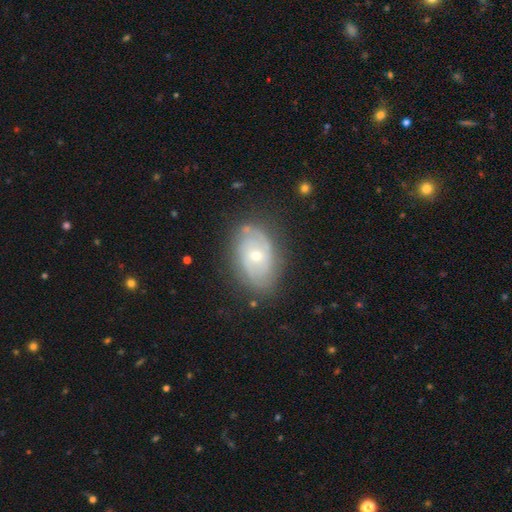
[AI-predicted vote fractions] A featured or disk galaxy (75%) with no bar (61%), 2 (52%) tight (55%) spiral arms (88%) and a moderate central bulge (52%).

Vote fractions:
- Smooth or featured? featured or disk: 75% / smooth: 18% / star or artifact: 7%
- Edge-on disk? no: 96% / yes: 4%
- Bar? no: 61% / weak: 34% / strong: 6%
- Spiral arms? yes: 88% / no: 12%
- Spiral winding? tight: 55% / medium: 34% / loose: 11%
- Spiral arm count? 2: 52% / can't tell: 28% / 3: 10% / 1: 4% / 4: 3% / more than 4: 3%
- Bulge size? moderate: 52% / small: 44% / large: 2% / none: 1% / dominant: 1%
- Merging? none: 77% / minor disturbance: 17% / major disturbance: 5% / merger: 2%